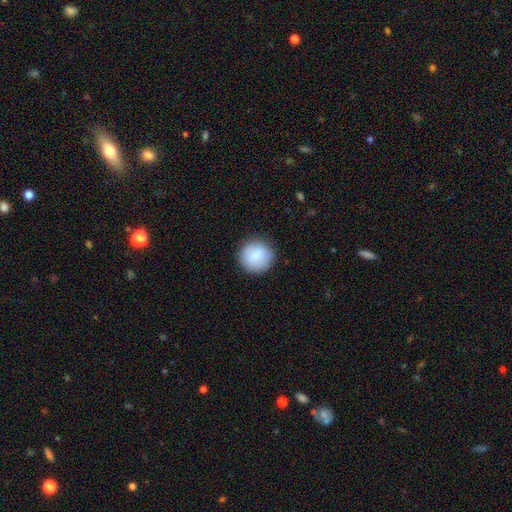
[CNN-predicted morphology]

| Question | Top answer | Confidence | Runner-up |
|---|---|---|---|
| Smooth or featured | smooth | 85% | featured or disk (8%) |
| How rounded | round | 94% | in between (5%) |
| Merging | none | 88% | minor disturbance (9%) |